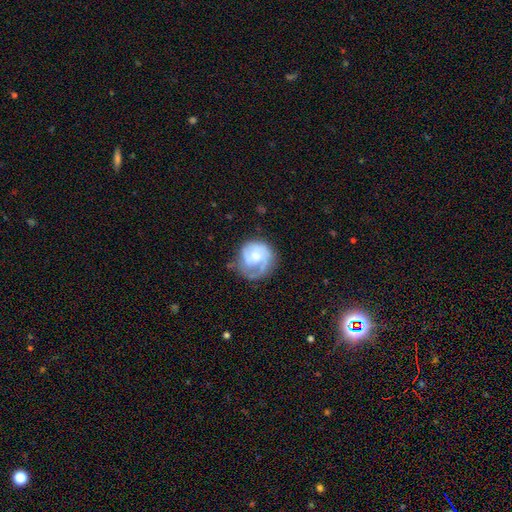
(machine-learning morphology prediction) smooth_or_featured: featured or disk (p=0.67) [alt: smooth p=0.27]
disk_edge_on: no (p=0.98) [alt: yes p=0.02]
bar: no (p=0.68) [alt: weak p=0.28]
has_spiral_arms: yes (p=0.88) [alt: no p=0.12]
spiral_winding: tight (p=0.47) [alt: medium p=0.37]
spiral_arm_count: 2 (p=0.35) [alt: 1 p=0.33]
bulge_size: moderate (p=0.43) [alt: small p=0.35]
merging: none (p=0.55) [alt: minor disturbance p=0.24]